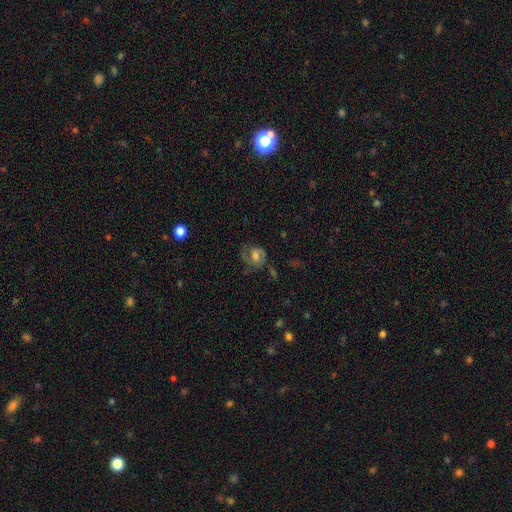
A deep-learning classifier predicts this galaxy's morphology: Smooth or featured? featured or disk (53%)
Edge-on disk? no (97%)
Bar? no (48%)
Spiral arms? yes (79%)
Bulge size? moderate (51%)
Merging? none (52%)